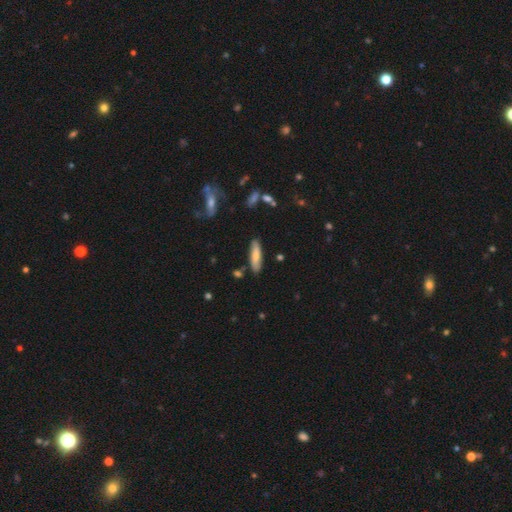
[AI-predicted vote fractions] smooth 67%, featured or disk 26%, star or artifact 6%. Down the decision tree: how rounded — cigar-shaped (69%); merging — none (83%).